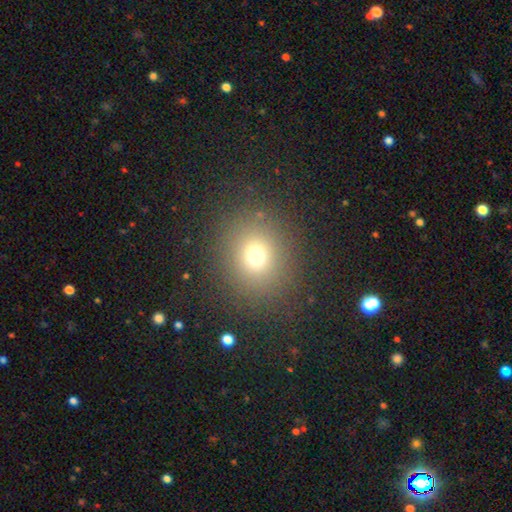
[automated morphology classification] Q: Smooth or featured?
A: smooth (71%); runner-up: star or artifact (20%)
Q: How rounded?
A: round (82%); runner-up: in between (17%)
Q: Merging?
A: none (87%); runner-up: minor disturbance (7%)